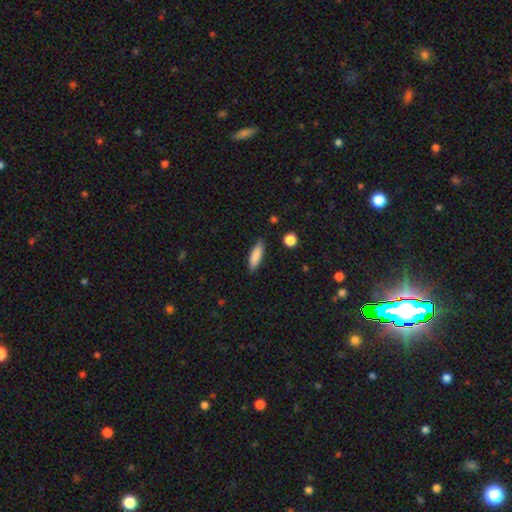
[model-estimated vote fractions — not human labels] Smooth or featured? smooth (86%)
How rounded? cigar-shaped (58%)
Merging? none (87%)